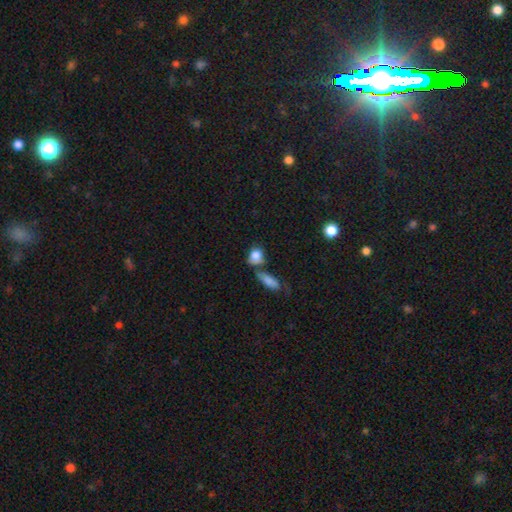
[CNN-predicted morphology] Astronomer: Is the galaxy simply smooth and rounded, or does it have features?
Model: smooth — 82%.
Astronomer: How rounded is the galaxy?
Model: round — 50% (runner-up: in between, 46%).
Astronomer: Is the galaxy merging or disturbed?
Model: none — 47% (runner-up: merger, 27%).